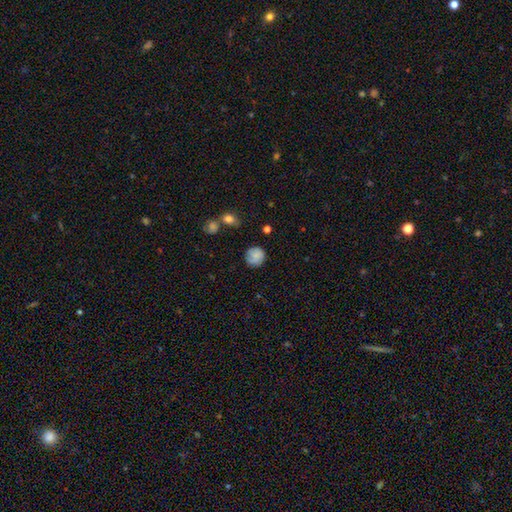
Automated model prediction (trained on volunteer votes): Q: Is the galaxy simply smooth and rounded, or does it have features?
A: smooth — 74%.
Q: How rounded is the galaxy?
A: round — 86%.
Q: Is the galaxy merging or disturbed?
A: none — 71%.